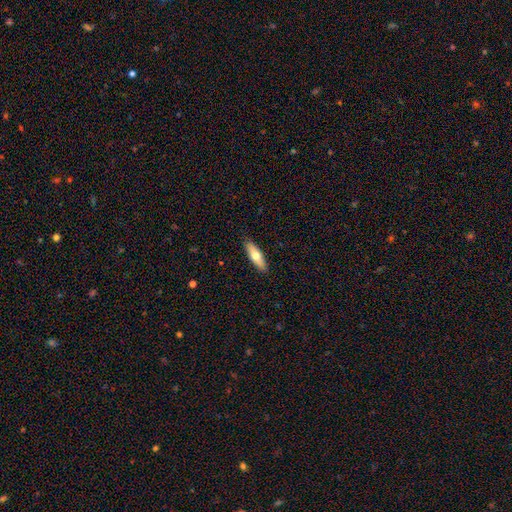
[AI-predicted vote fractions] A smooth galaxy with no disk features (62%) that is cigar-shaped (53%).

Vote fractions:
- Smooth or featured? smooth: 62% / featured or disk: 32% / star or artifact: 6%
- How rounded? cigar-shaped: 53% / in between: 45% / round: 2%
- Merging? none: 90% / minor disturbance: 8% / major disturbance: 2% / merger: 1%